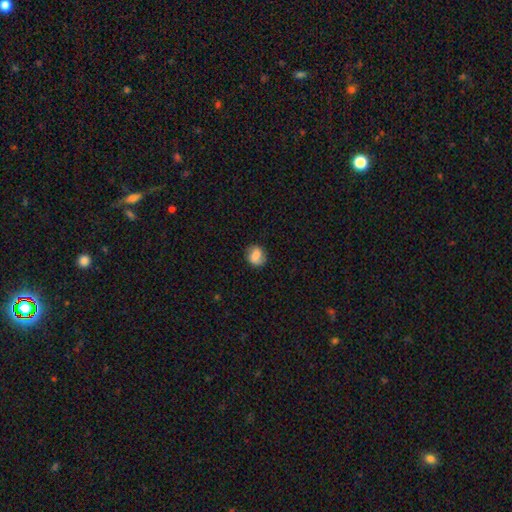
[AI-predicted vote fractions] Smooth or featured? smooth (69%)
How rounded? round (68%)
Merging? none (80%)